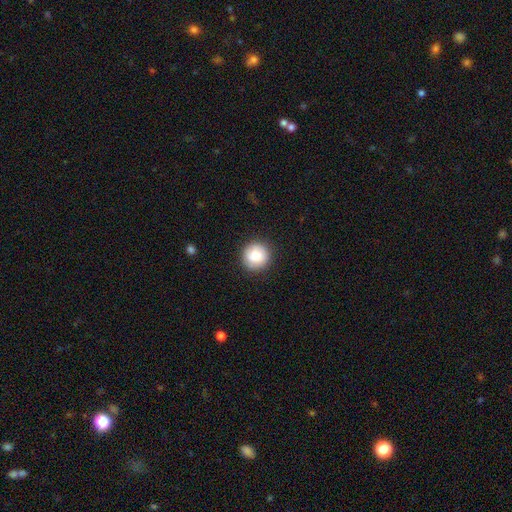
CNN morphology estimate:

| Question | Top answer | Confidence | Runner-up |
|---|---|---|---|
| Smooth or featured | smooth | 84% | featured or disk (9%) |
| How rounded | round | 94% | in between (5%) |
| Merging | none | 89% | minor disturbance (8%) |